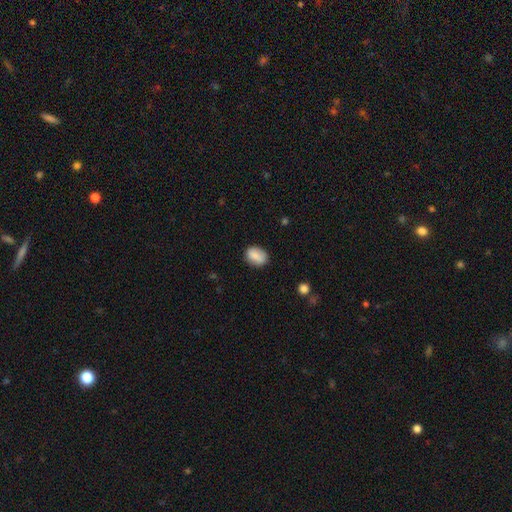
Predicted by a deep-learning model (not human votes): A smooth galaxy with no disk features (85%) that is in between round and cigar-shaped (75%).

Vote fractions:
- Smooth or featured? smooth: 85% / featured or disk: 8% / star or artifact: 8%
- How rounded? in between: 75% / round: 24% / cigar-shaped: 1%
- Merging? none: 80% / minor disturbance: 15% / major disturbance: 3% / merger: 2%